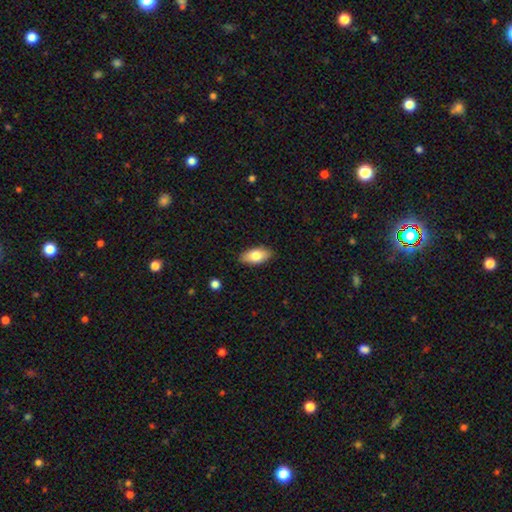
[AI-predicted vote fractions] This is likely a smooth galaxy (79%). How rounded: clearly in between (91%). Merging: clearly none (87%).